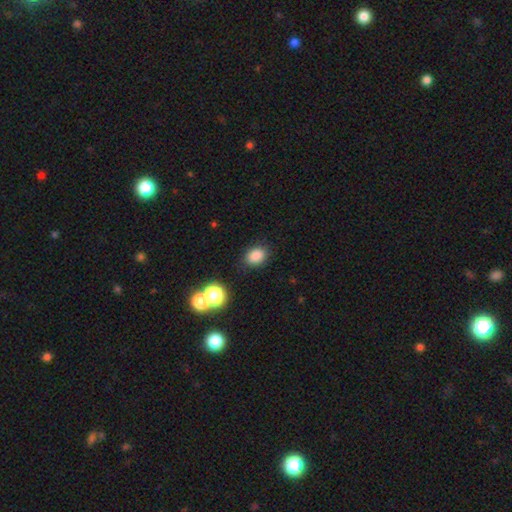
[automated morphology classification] smooth_or_featured: smooth (p=0.84) [alt: star or artifact p=0.11]
how_rounded: in between (p=0.57) [alt: round p=0.42]
merging: none (p=0.84) [alt: minor disturbance p=0.10]